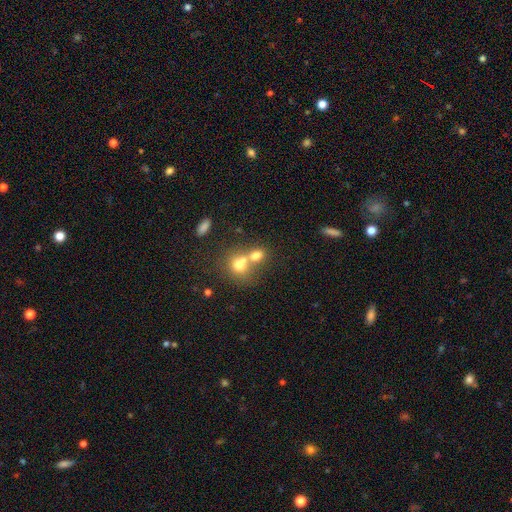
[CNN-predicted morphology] smooth 70%, featured or disk 17%, star or artifact 13%. Down the decision tree: how rounded — round (53%); merging — merger (63%).